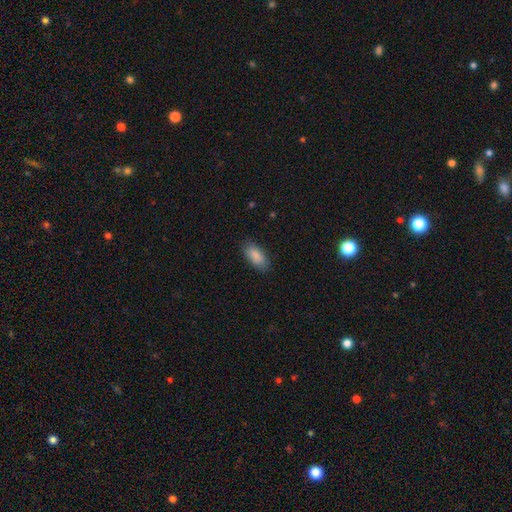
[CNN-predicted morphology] This is clearly a smooth galaxy (87%). How rounded: clearly in between (89%). Merging: clearly none (83%).